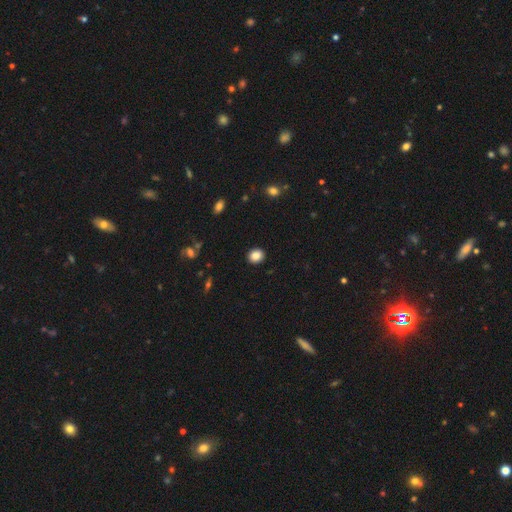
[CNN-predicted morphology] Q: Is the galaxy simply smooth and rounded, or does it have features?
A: smooth — 86%.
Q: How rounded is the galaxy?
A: round — 72%.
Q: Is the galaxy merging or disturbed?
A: none — 91%.